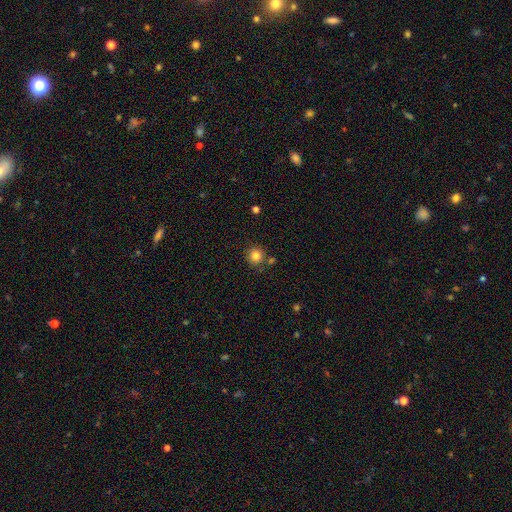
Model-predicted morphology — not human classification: type=smooth (83%); roundness=round (94%); merging=none (82%).